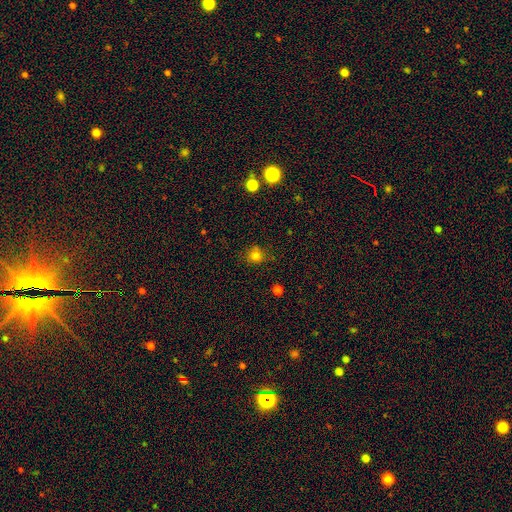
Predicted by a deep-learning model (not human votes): Smooth or featured? Predicted: smooth (p=0.79). How rounded? Predicted: round (p=0.86). Merging? Predicted: none (p=0.79).